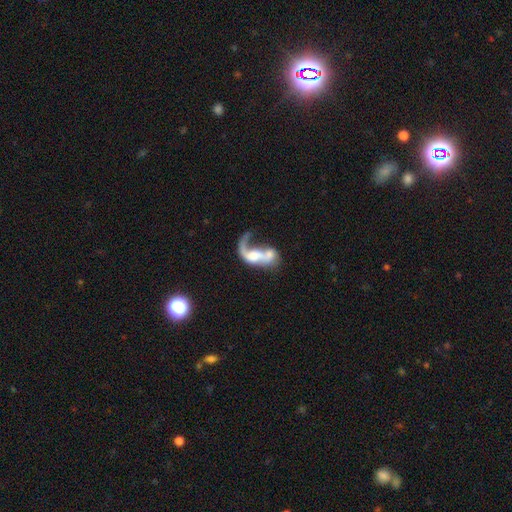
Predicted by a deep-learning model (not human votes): The model was most divided on "merging": merger: 42%, major disturbance: 33%, none: 16%, minor disturbance: 9%. Remaining: edge-on disk — no (95%); spiral arms — yes (68%); smooth or featured — featured or disk (64%); bar — no (61%); bulge size — moderate (34%).